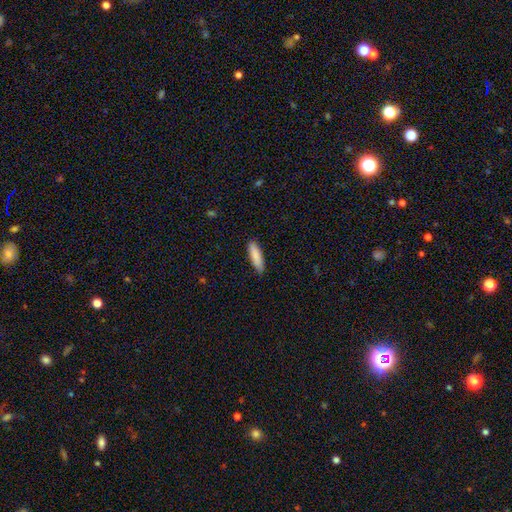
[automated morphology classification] Smooth or featured?
  - smooth: 87% *
  - featured or disk: 8%
  - star or artifact: 6%
How rounded?
  - cigar-shaped: 67% *
  - in between: 32%
  - round: 1%
Merging?
  - none: 88% *
  - minor disturbance: 9%
  - major disturbance: 2%
  - merger: 1%